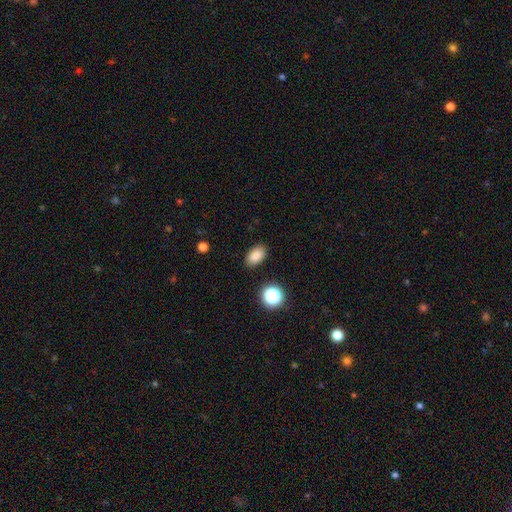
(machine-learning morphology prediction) smooth_or_featured: smooth (p=0.85) [alt: star or artifact p=0.11]
how_rounded: in between (p=0.88) [alt: round p=0.11]
merging: none (p=0.87) [alt: minor disturbance p=0.09]